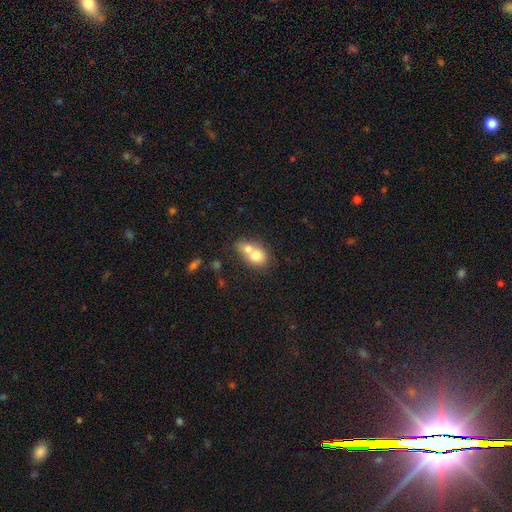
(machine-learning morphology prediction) smooth 70%, featured or disk 21%, star or artifact 9%. Down the decision tree: how rounded — round (53%); merging — merger (68%).